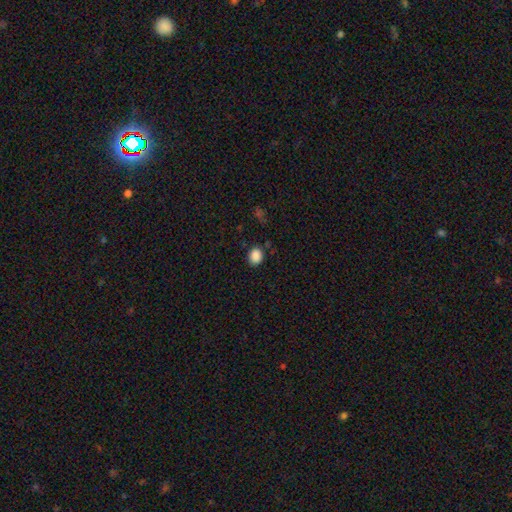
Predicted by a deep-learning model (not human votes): Q: Smooth or featured?
A: smooth (87%); runner-up: star or artifact (10%)
Q: How rounded?
A: round (57%); runner-up: in between (42%)
Q: Merging?
A: none (84%); runner-up: minor disturbance (11%)